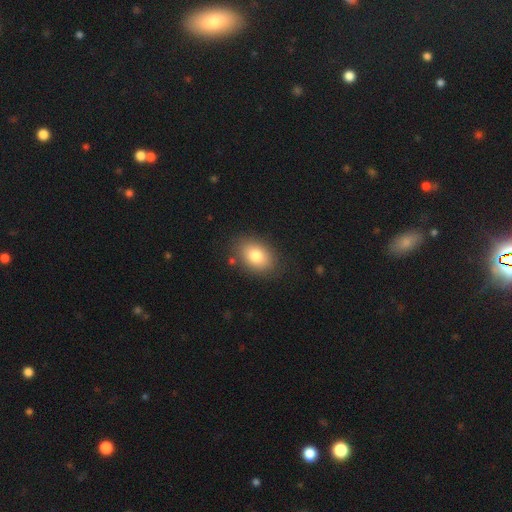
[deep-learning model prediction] Morphology: type=smooth (79%); roundness=in between (78%); merging=none (84%).